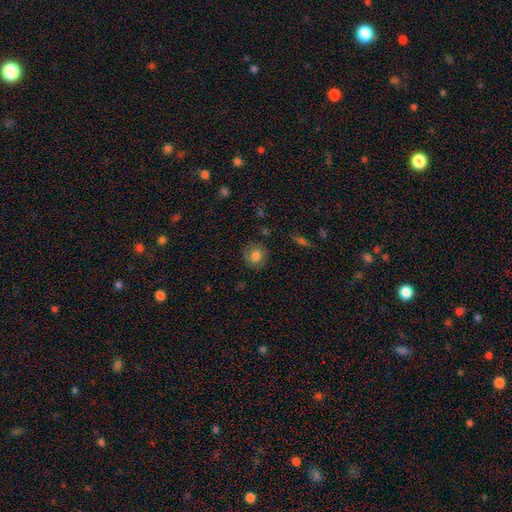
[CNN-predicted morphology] A smooth galaxy with no disk features (73%) that is round (77%). Merging: none (76%).